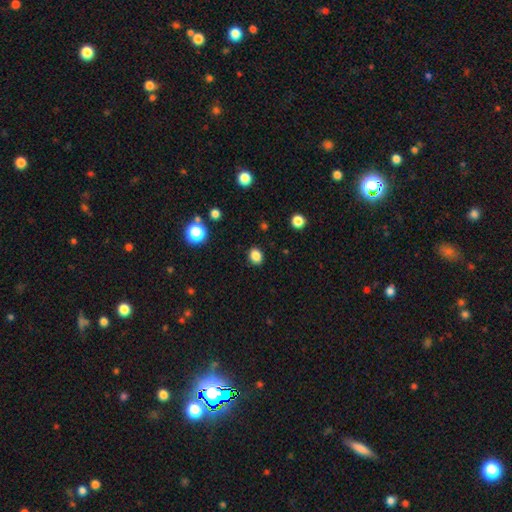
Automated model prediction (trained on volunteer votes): Smooth or featured: smooth — 85% (star or artifact — 11%)
How rounded: round — 54% (in between — 45%)
Merging: none — 89% (minor disturbance — 8%)